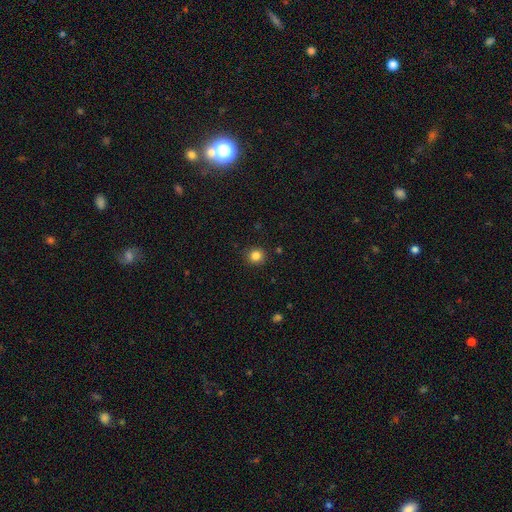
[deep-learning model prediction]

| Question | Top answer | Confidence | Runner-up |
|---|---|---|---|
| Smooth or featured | smooth | 84% | star or artifact (12%) |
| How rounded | round | 90% | in between (9%) |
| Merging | none | 90% | minor disturbance (7%) |